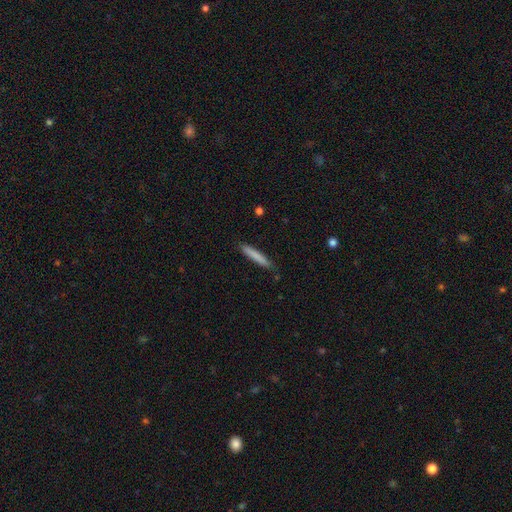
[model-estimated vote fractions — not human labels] Smooth or featured? Predicted: smooth (p=0.81). How rounded? Predicted: cigar-shaped (p=0.94). Merging? Predicted: none (p=0.86).